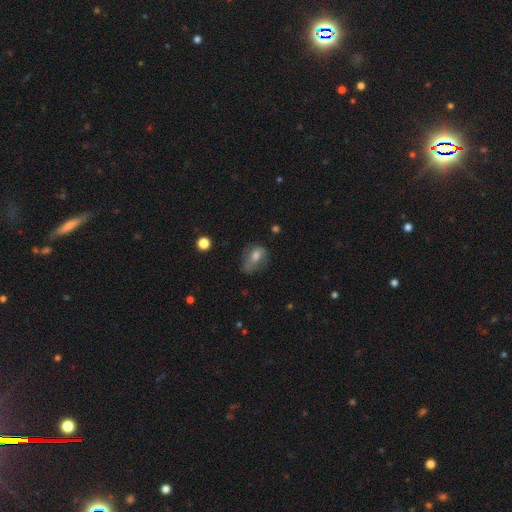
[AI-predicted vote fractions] smooth-or-featured: smooth: 58% | featured or disk: 30% | star or artifact: 12%
  how-rounded: in between: 75% | round: 21% | cigar-shaped: 4%
  merging: none: 42% | minor disturbance: 32% | major disturbance: 23% | merger: 3%